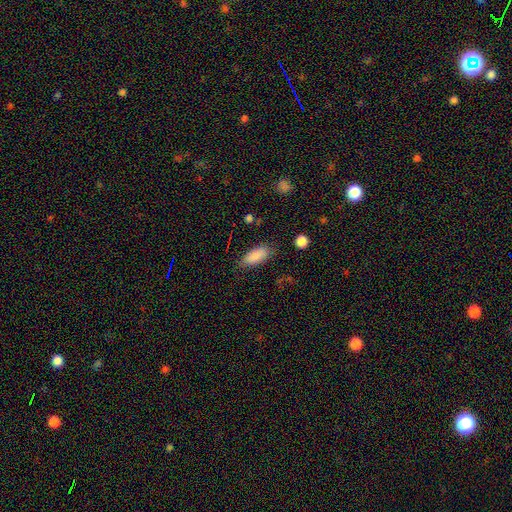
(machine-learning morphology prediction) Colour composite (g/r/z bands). It shows a smooth galaxy with no disk features (87%) that is in between round and cigar-shaped (83%). Merging: none (78%).